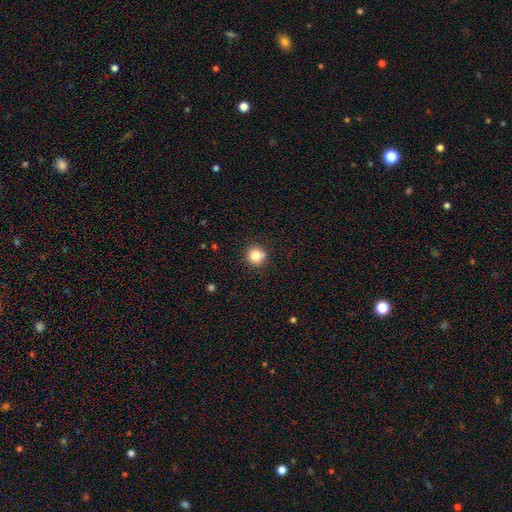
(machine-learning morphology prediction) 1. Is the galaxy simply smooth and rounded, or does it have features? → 84% smooth, 11% star or artifact, 5% featured or disk.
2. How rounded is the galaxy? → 93% round, 6% in between, 1% cigar-shaped.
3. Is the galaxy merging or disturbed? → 87% none, 9% minor disturbance, 2% major disturbance, 2% merger.